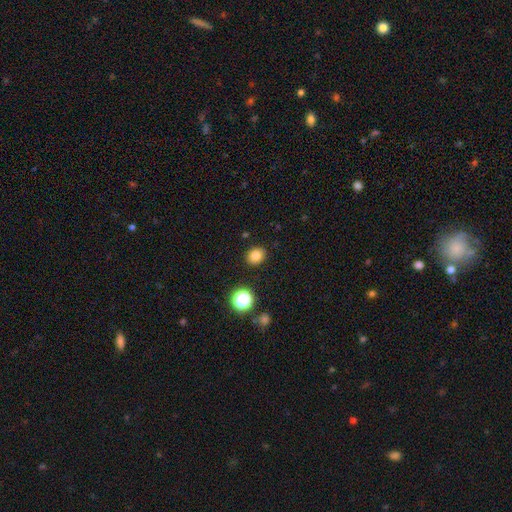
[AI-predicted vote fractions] Smooth or featured? smooth (81%)
How rounded? round (70%)
Merging? none (89%)